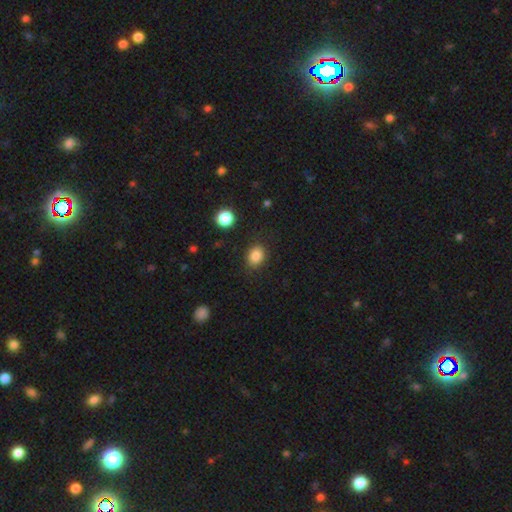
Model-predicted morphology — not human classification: Smooth or featured? smooth (85%)
How rounded? in between (61%)
Merging? none (84%)